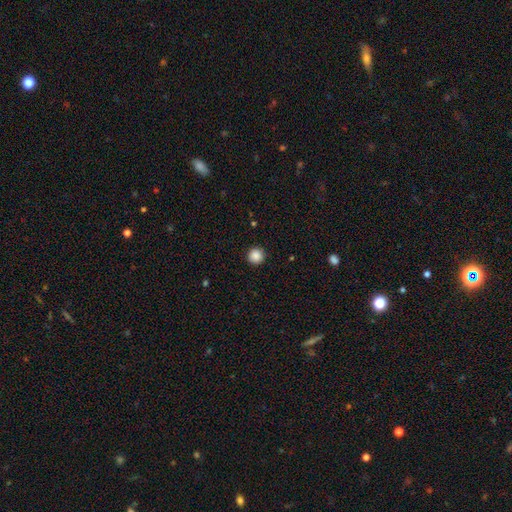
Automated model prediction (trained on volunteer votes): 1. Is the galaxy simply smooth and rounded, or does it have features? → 87% smooth, 10% star or artifact, 3% featured or disk.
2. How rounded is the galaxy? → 95% round, 4% in between, 1% cigar-shaped.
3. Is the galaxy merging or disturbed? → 92% none, 5% minor disturbance, 2% major disturbance, 1% merger.